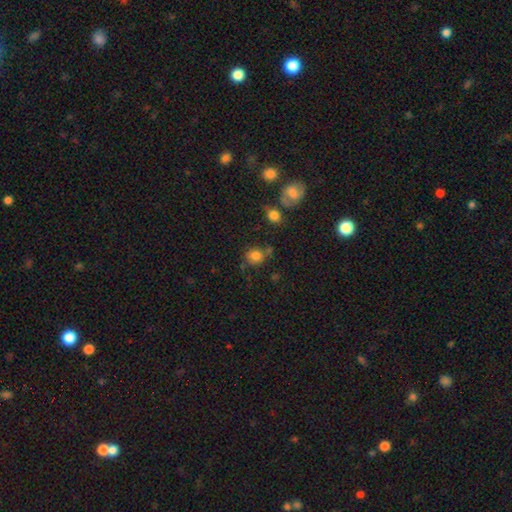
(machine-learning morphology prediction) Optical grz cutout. It shows a smooth galaxy with no disk features (80%) that is round (74%). Merging: none (67%).